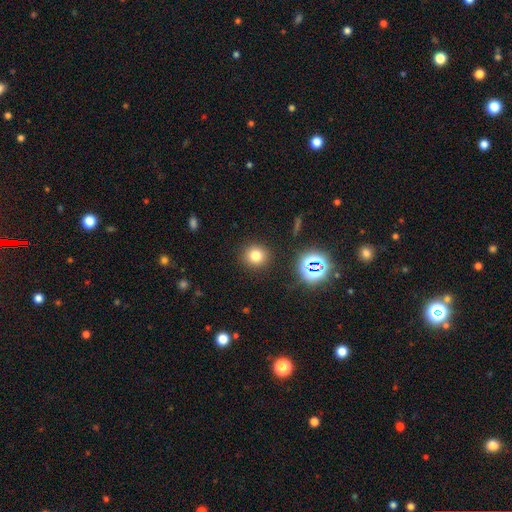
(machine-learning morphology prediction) Smooth or featured? Predicted: smooth (p=0.74). How rounded? Predicted: round (p=0.90). Merging? Predicted: none (p=0.89).